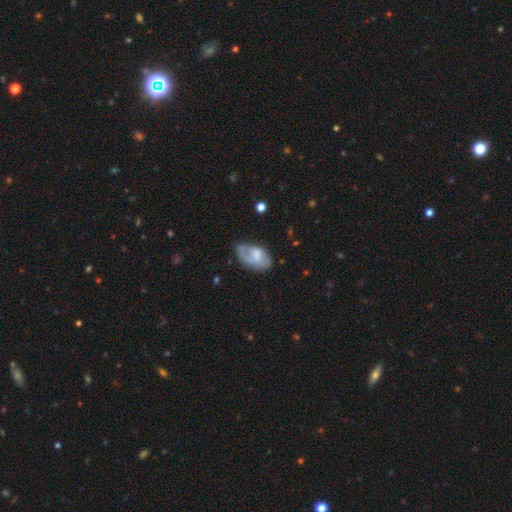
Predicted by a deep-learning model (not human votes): Smooth or featured? Predicted: featured or disk (p=0.60). Edge-on disk? Predicted: no (p=0.96). Bar? Predicted: no (p=0.56). Spiral arms? Predicted: yes (p=0.83). Bulge size? Predicted: small (p=0.36). Merging? Predicted: none (p=0.56).